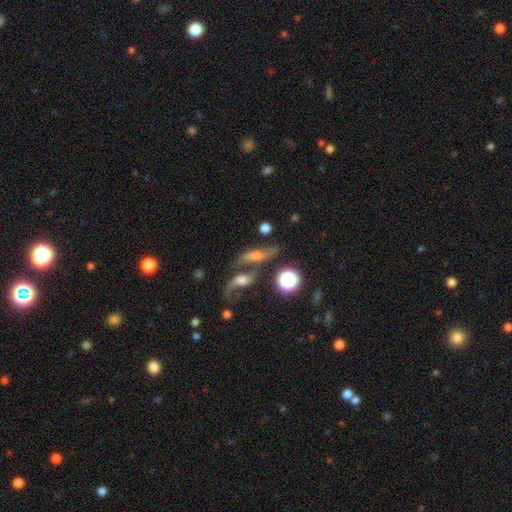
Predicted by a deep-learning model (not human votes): Smooth or featured?
  - featured or disk: 56% *
  - smooth: 29%
  - star or artifact: 15%
Edge-on disk?
  - no: 59% *
  - yes: 41%
Merging?
  - none: 39% *
  - merger: 38%
  - minor disturbance: 13%
  - major disturbance: 10%